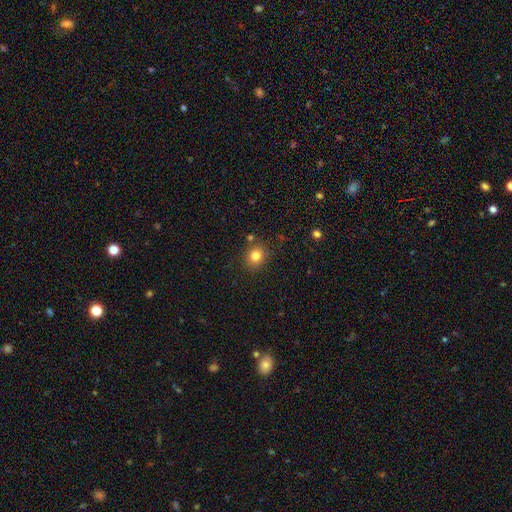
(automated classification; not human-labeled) A smooth galaxy with no disk features (81%) that is round (71%).

Vote fractions:
- Smooth or featured? smooth: 81% / star or artifact: 12% / featured or disk: 7%
- How rounded? round: 71% / in between: 28% / cigar-shaped: 1%
- Merging? none: 82% / minor disturbance: 10% / merger: 5% / major disturbance: 3%